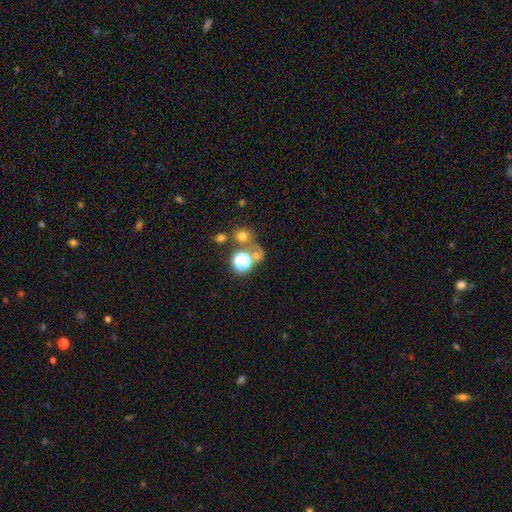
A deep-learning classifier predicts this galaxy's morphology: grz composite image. It shows a smooth galaxy with no disk features (56%) that is round (78%). Merging: none (49%).